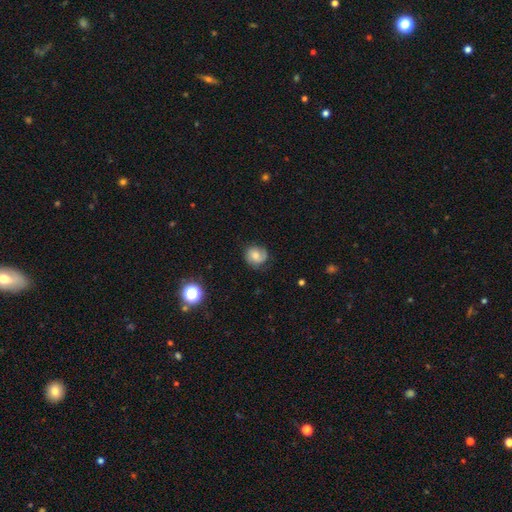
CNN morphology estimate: A smooth galaxy with no disk features (53%) that is round (78%).

Vote fractions:
- Smooth or featured? smooth: 53% / featured or disk: 37% / star or artifact: 10%
- How rounded? round: 78% / in between: 21% / cigar-shaped: 1%
- Merging? none: 67% / minor disturbance: 23% / major disturbance: 8% / merger: 1%